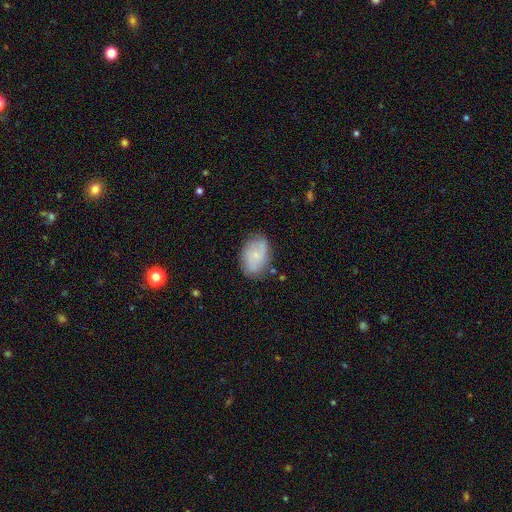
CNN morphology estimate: The model was most divided on "smooth or featured": smooth: 56%, featured or disk: 36%, star or artifact: 8%. More confident: how rounded — in between (84%); merging — none (73%).